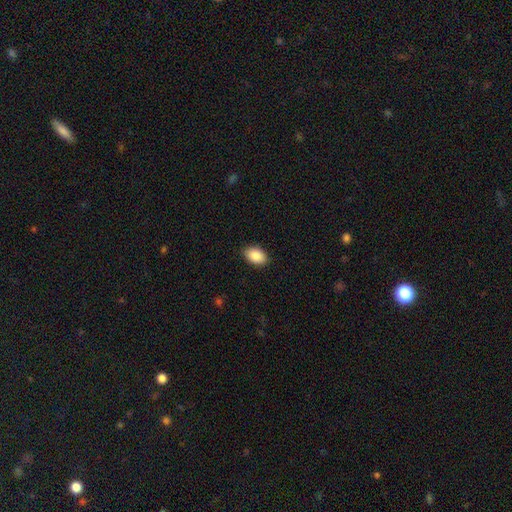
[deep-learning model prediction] Morphology: type=smooth (89%); roundness=in between (90%); merging=none (88%).